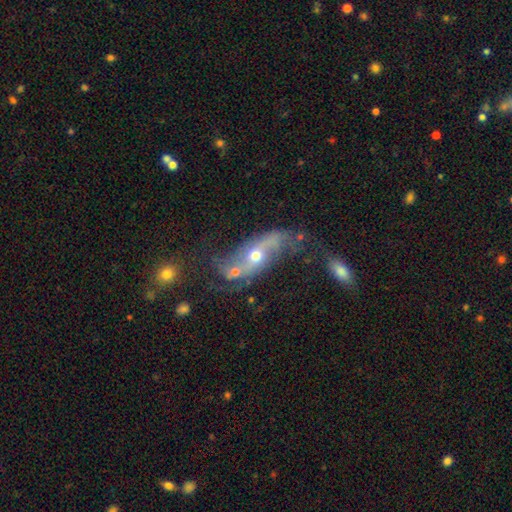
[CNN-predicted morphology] type=featured or disk (75%); edge-on=no (89%); bar=no (57%); spiral arms=yes (83%); winding=loose (77%); arm count=2 (89%); bulge=moderate (56%); merging=none (48%).